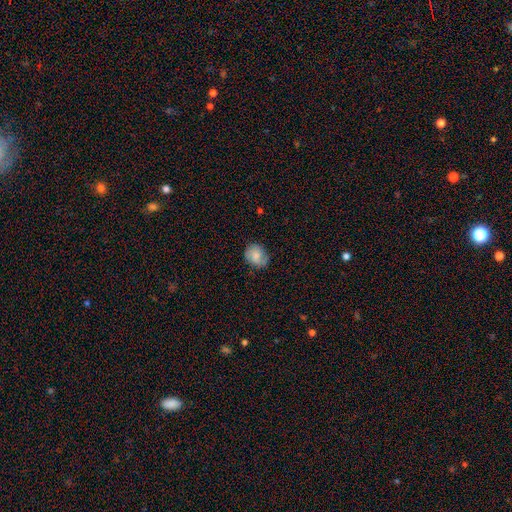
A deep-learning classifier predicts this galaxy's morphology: smooth-or-featured: smooth: 66% | featured or disk: 26% | star or artifact: 8%
  how-rounded: round: 60% | in between: 39% | cigar-shaped: 1%
  merging: none: 69% | minor disturbance: 23% | major disturbance: 7% | merger: 1%